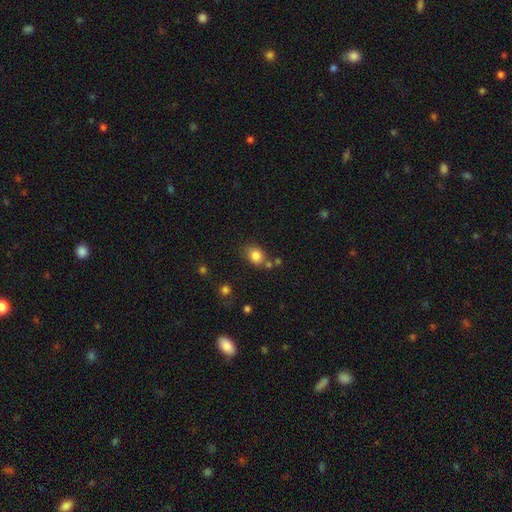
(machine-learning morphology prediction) A smooth galaxy with no disk features (83%) that is round (50%).

Vote fractions:
- Smooth or featured? smooth: 83% / star or artifact: 10% / featured or disk: 6%
- How rounded? round: 50% / in between: 49% / cigar-shaped: 1%
- Merging? none: 65% / minor disturbance: 17% / merger: 13% / major disturbance: 5%